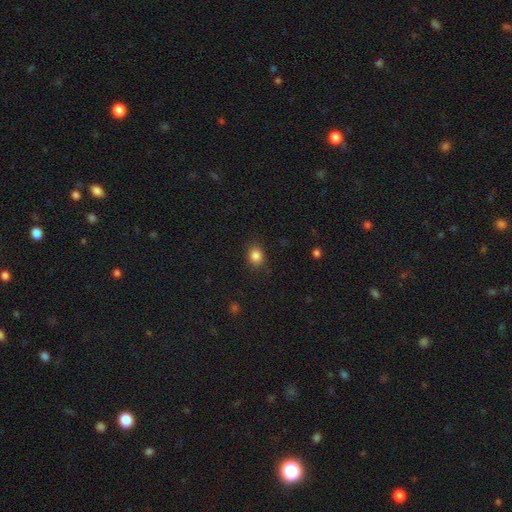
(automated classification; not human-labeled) smooth-or-featured: smooth: 85% | star or artifact: 11% | featured or disk: 5%
  how-rounded: round: 62% | in between: 37% | cigar-shaped: 1%
  merging: none: 85% | minor disturbance: 11% | major disturbance: 3% | merger: 1%